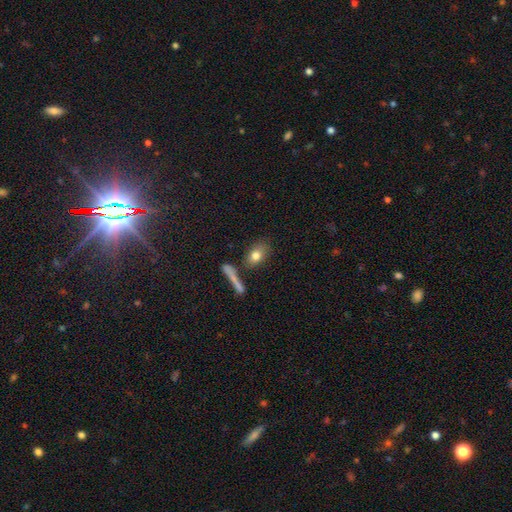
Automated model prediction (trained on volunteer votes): A smooth galaxy with no disk features (77%) that is in between round and cigar-shaped (78%).

Vote fractions:
- Smooth or featured? smooth: 77% / featured or disk: 15% / star or artifact: 8%
- How rounded? in between: 78% / round: 14% / cigar-shaped: 8%
- Merging? none: 68% / merger: 13% / minor disturbance: 13% / major disturbance: 6%